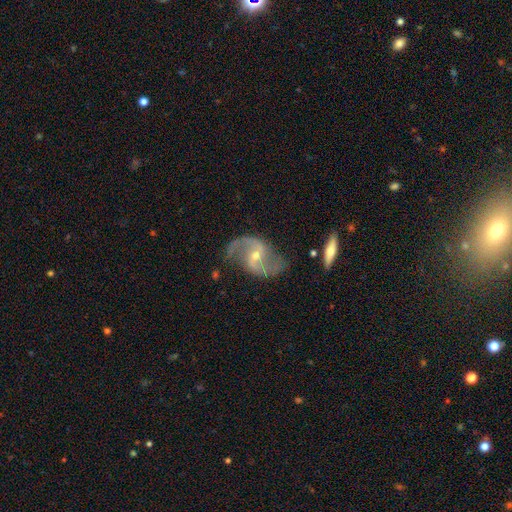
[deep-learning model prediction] Smooth or featured? featured or disk (91%)
Edge-on disk? no (97%)
Bar? weak (44%)
Spiral arms? yes (97%)
Spiral winding? loose (55%)
Spiral arm count? 2 (94%)
Bulge size? small (56%)
Merging? none (74%)